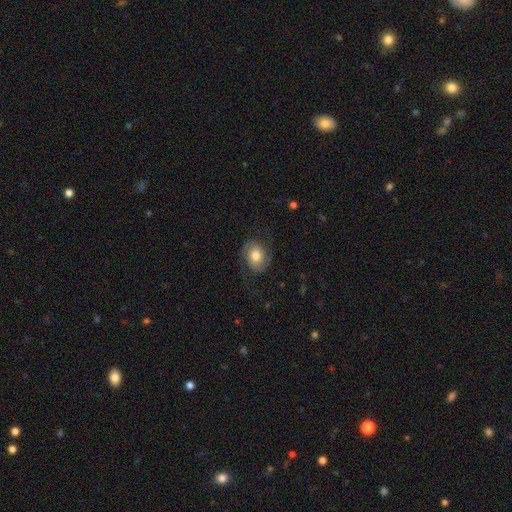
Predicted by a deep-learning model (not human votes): smooth-or-featured: featured or disk: 54% | smooth: 37% | star or artifact: 9%
  disk-edge-on: no: 97% | yes: 3%
    bar: no: 71% | weak: 23% | strong: 6%
    has-spiral-arms: yes: 88% | no: 12%
    bulge-size: moderate: 60% | large: 23% | small: 11% | dominant: 4% | none: 2%
  merging: none: 71% | minor disturbance: 16% | major disturbance: 13% | merger: 1%